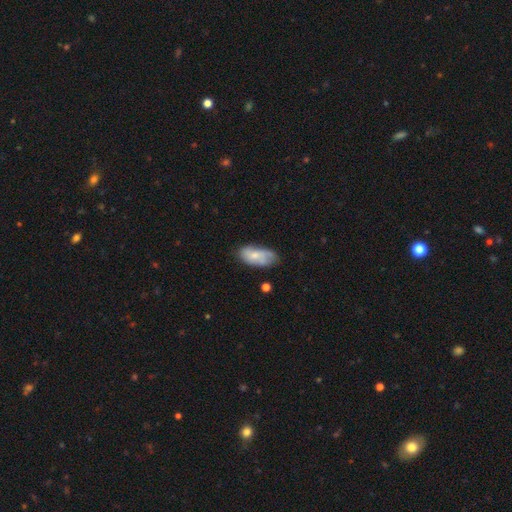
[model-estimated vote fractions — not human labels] smooth-or-featured: smooth: 68% | featured or disk: 25% | star or artifact: 7%
  how-rounded: in between: 92% | cigar-shaped: 6% | round: 3%
  merging: none: 51% | minor disturbance: 33% | major disturbance: 11% | merger: 5%